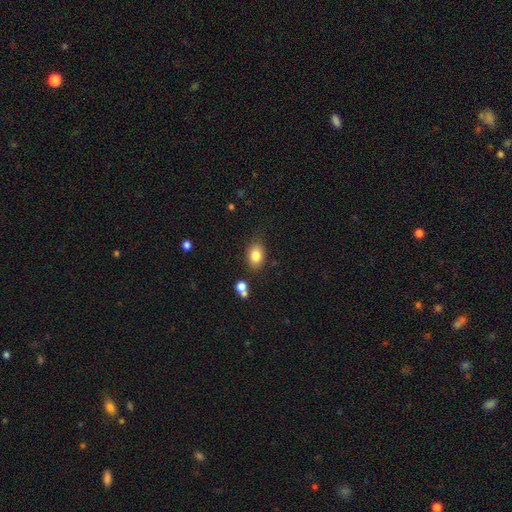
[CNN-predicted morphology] The model was most divided on "how rounded": in between: 80%, round: 19%, cigar-shaped: 1%. More confident: smooth or featured — smooth (82%); merging — none (78%).